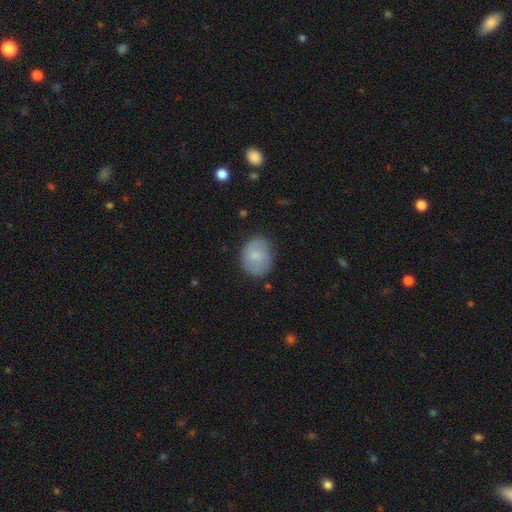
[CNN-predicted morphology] A smooth galaxy with no disk features (64%) that is round (54%).

Vote fractions:
- Smooth or featured? smooth: 64% / featured or disk: 29% / star or artifact: 7%
- How rounded? round: 54% / in between: 45% / cigar-shaped: 1%
- Merging? none: 79% / minor disturbance: 16% / major disturbance: 4% / merger: 1%